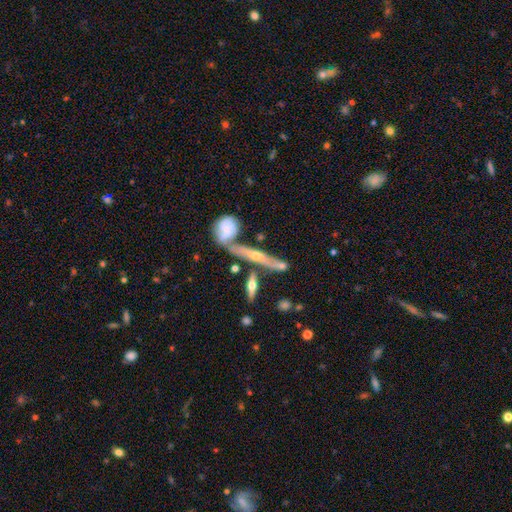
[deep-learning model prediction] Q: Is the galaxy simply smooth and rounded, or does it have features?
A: featured or disk — 71%.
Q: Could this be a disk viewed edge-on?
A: yes — 91%.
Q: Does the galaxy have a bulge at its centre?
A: rounded — 83%.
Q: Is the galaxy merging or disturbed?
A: none — 63%.